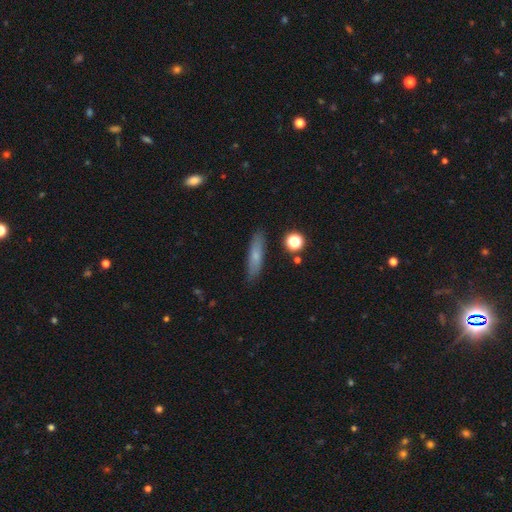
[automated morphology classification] smooth_or_featured: smooth (p=0.67) [alt: featured or disk p=0.25]
how_rounded: cigar-shaped (p=0.75) [alt: in between p=0.22]
merging: none (p=0.86) [alt: minor disturbance p=0.10]